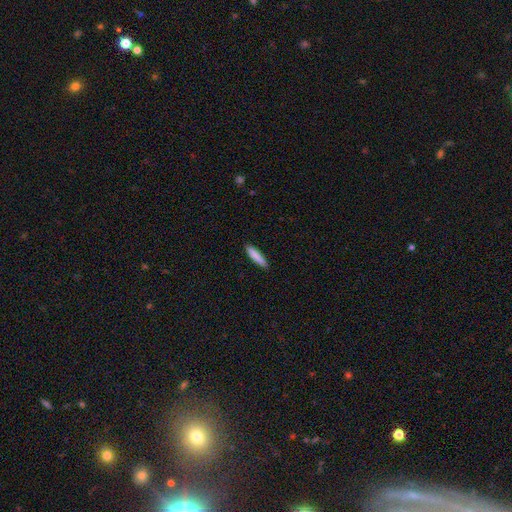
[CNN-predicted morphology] smooth-or-featured: smooth: 85% | featured or disk: 9% | star or artifact: 6%
  how-rounded: cigar-shaped: 88% | in between: 11% | round: 1%
  merging: none: 90% | minor disturbance: 7% | major disturbance: 2% | merger: 1%